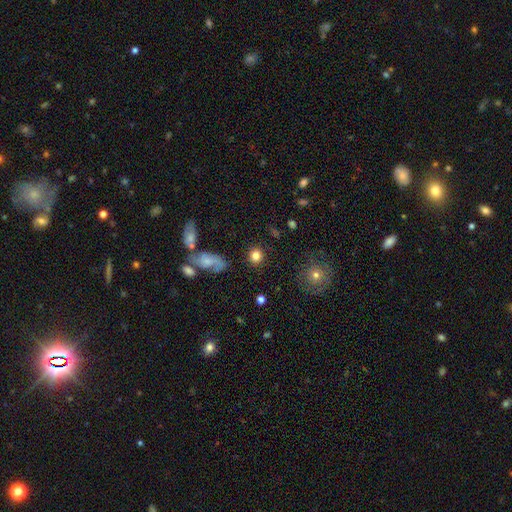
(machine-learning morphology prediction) Q: Smooth or featured?
A: smooth (81%); runner-up: star or artifact (10%)
Q: How rounded?
A: round (87%); runner-up: in between (12%)
Q: Merging?
A: none (86%); runner-up: minor disturbance (7%)